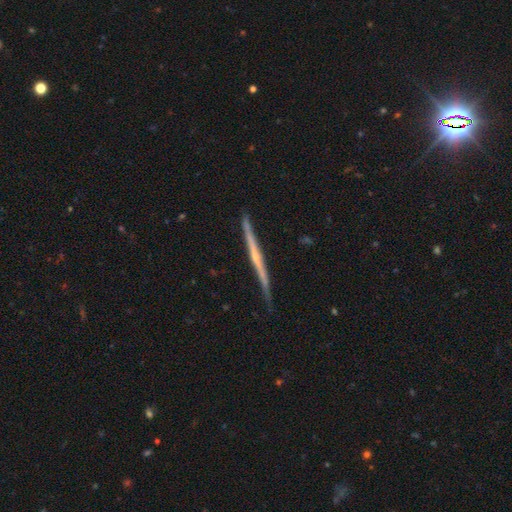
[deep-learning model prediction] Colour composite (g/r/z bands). It shows a featured or disk galaxy (78%) viewed edge-on (98%) with a rounded central bulge (51%). Merging: none (83%).